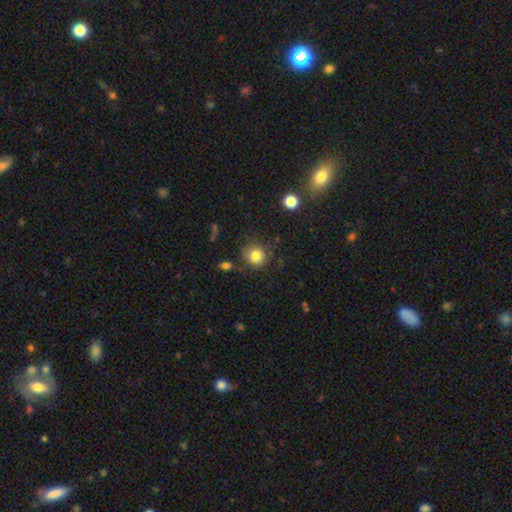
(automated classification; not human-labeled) The model was most divided on "merging": none: 75%, minor disturbance: 15%, major disturbance: 5%, merger: 4%. More confident: how rounded — round (88%); smooth or featured — smooth (81%).